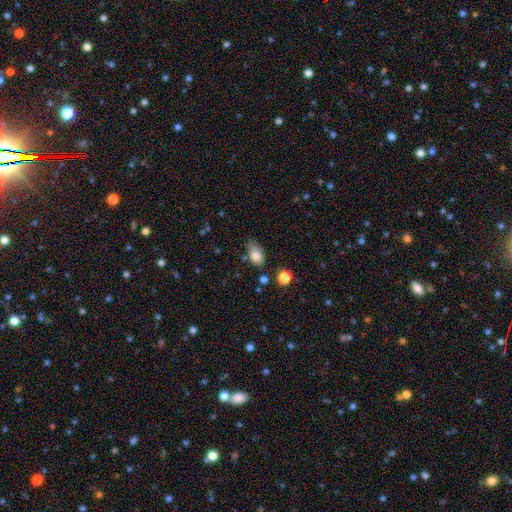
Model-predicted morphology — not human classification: Smooth or featured? smooth (81%)
How rounded? in between (87%)
Merging? none (60%)